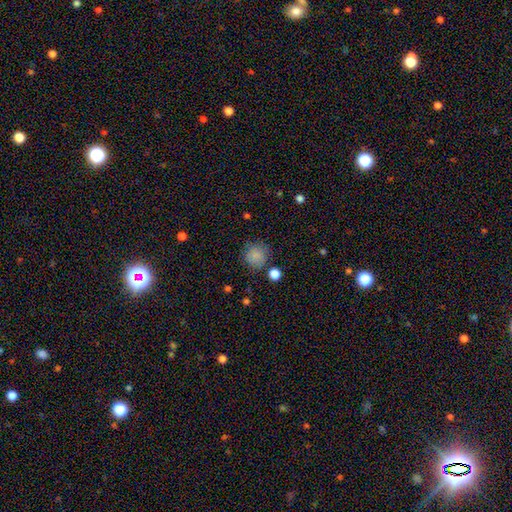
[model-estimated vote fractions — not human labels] Q: Smooth or featured?
A: smooth (83%); runner-up: star or artifact (11%)
Q: How rounded?
A: round (91%); runner-up: in between (8%)
Q: Merging?
A: none (79%); runner-up: minor disturbance (13%)